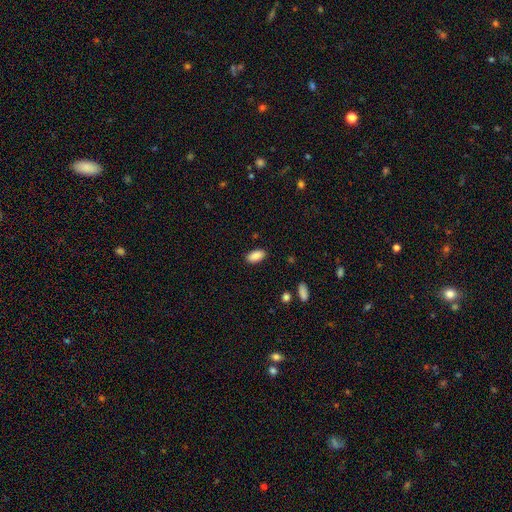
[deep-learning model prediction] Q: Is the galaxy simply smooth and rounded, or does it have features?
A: smooth — 88%.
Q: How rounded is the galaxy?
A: in between — 93%.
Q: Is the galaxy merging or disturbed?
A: none — 87%.